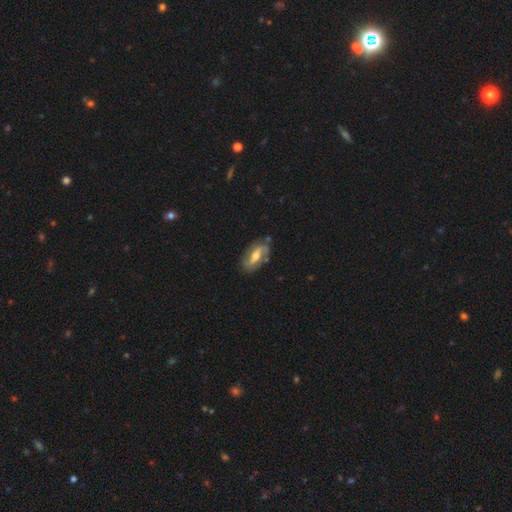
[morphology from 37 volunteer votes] Smooth or featured? 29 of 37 (78%) said featured or disk. Edge-on disk? 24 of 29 (83%) said no. Bar? 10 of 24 (42%) said strong. Spiral arms? 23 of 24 (96%) said yes. Spiral winding? 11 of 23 (48%) said medium. Spiral arm count? 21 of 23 (91%) said 2. Bulge size? 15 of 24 (62%) said moderate. Merging? 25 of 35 (71%) said none.